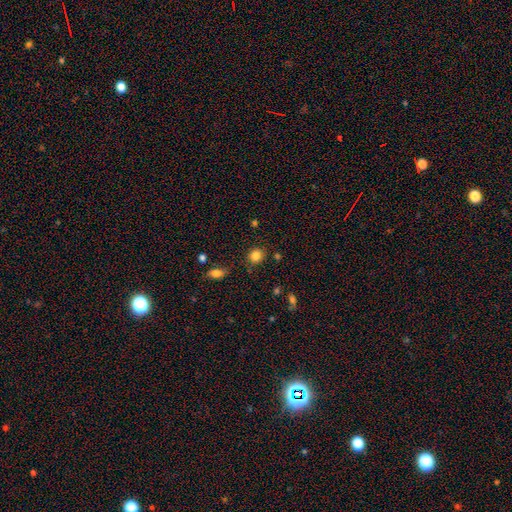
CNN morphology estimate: Overall: smooth (84%). How rounded: round (76%). Merging: none (81%).